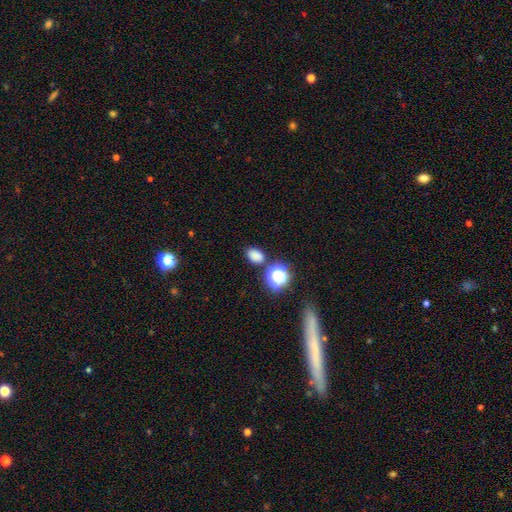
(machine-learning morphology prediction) This is likely a smooth galaxy (78%). How rounded: likely in between (74%). Merging: likely none (78%).